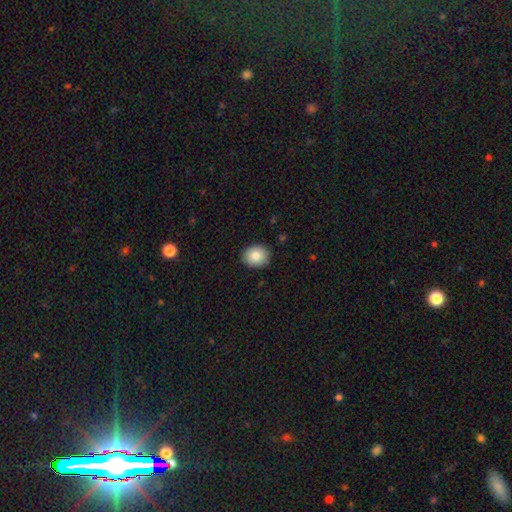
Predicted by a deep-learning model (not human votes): A smooth galaxy with no disk features (86%) that is round (65%).

Vote fractions:
- Smooth or featured? smooth: 86% / star or artifact: 8% / featured or disk: 6%
- How rounded? round: 65% / in between: 34% / cigar-shaped: 1%
- Merging? none: 87% / minor disturbance: 10% / major disturbance: 2% / merger: 1%